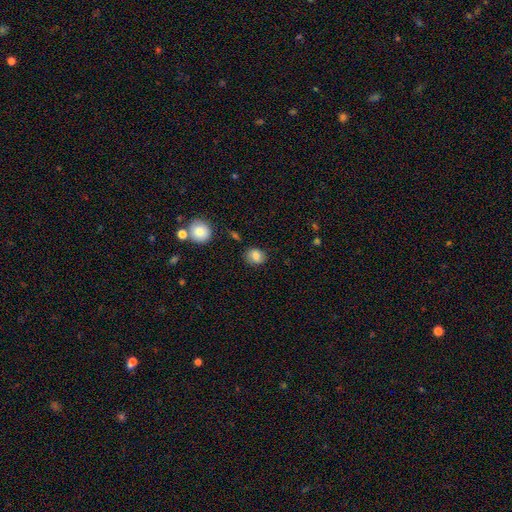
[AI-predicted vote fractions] Q: Smooth or featured?
A: smooth (78%); runner-up: featured or disk (13%)
Q: How rounded?
A: round (59%); runner-up: in between (39%)
Q: Merging?
A: none (78%); runner-up: minor disturbance (15%)